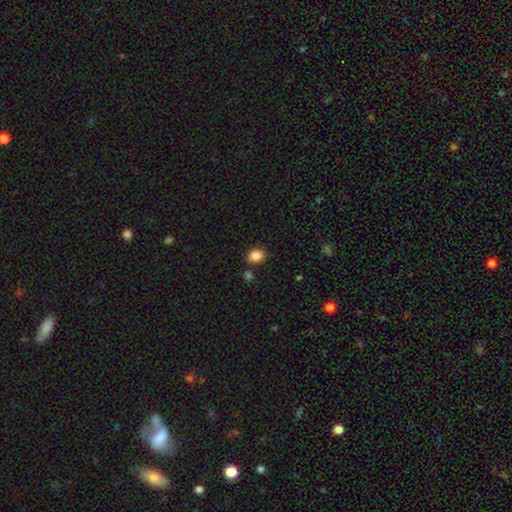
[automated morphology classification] Smooth or featured? smooth (86%)
How rounded? round (52%)
Merging? none (78%)